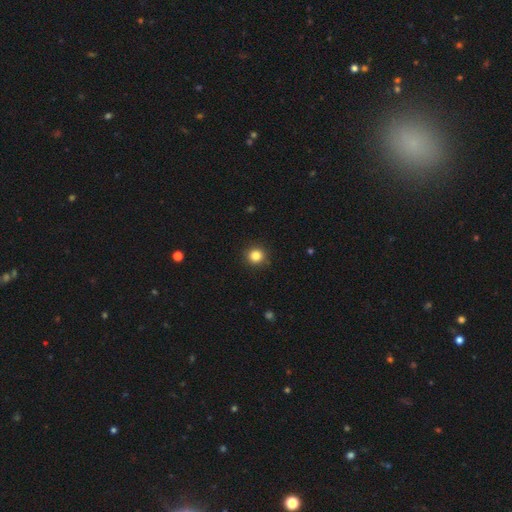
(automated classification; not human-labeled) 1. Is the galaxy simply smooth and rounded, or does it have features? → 84% smooth, 12% star or artifact, 4% featured or disk.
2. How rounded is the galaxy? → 94% round, 5% in between, 1% cigar-shaped.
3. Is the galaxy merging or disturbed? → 92% none, 6% minor disturbance, 2% major disturbance, 1% merger.